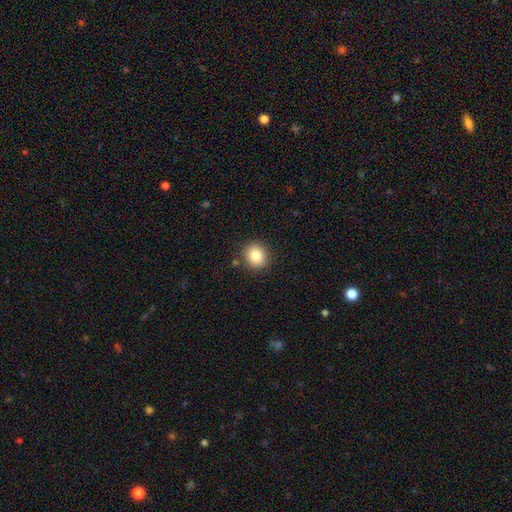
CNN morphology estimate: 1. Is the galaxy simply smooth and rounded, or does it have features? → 83% smooth, 10% star or artifact, 7% featured or disk.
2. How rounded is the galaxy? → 84% round, 15% in between, 1% cigar-shaped.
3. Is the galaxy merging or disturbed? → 88% none, 8% minor disturbance, 2% major disturbance, 2% merger.